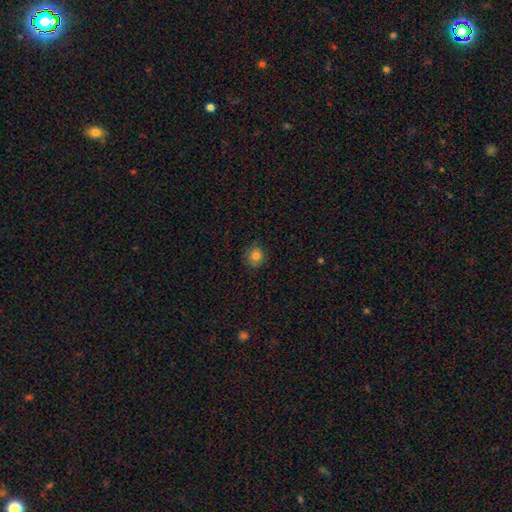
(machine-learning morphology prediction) type=smooth (82%); roundness=round (82%); merging=none (83%).